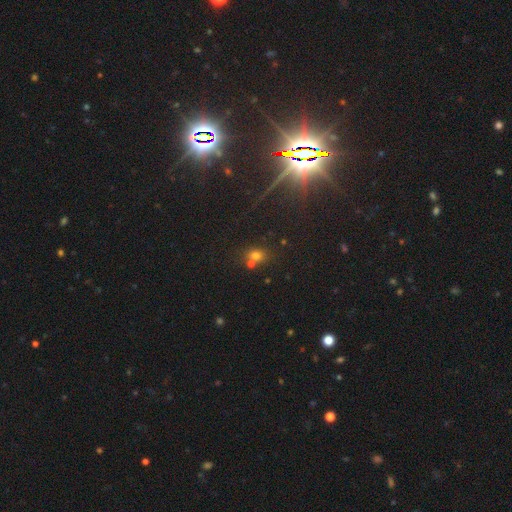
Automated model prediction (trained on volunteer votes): A smooth galaxy with no disk features (65%) that is round (60%).

Vote fractions:
- Smooth or featured? smooth: 65% / star or artifact: 25% / featured or disk: 10%
- How rounded? round: 60% / in between: 38% / cigar-shaped: 2%
- Merging? none: 57% / merger: 28% / minor disturbance: 11% / major disturbance: 5%